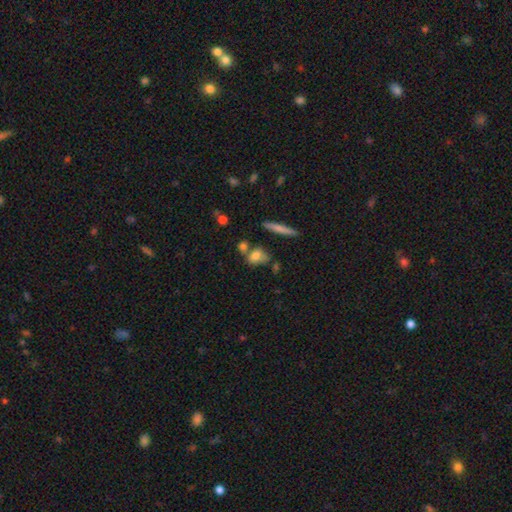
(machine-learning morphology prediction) Smooth or featured? smooth (76%)
How rounded? in between (61%)
Merging? none (53%)